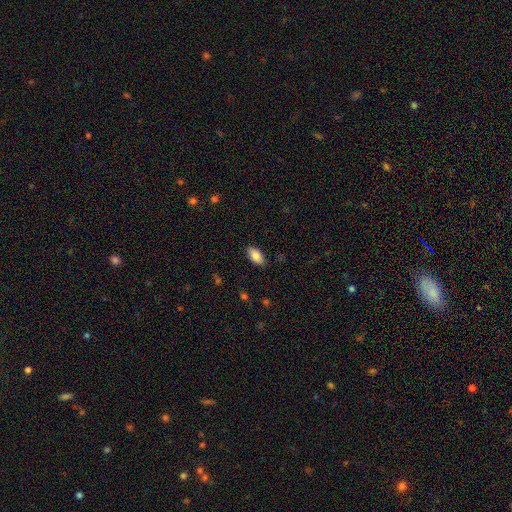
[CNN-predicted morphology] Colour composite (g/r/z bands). It shows a smooth galaxy with no disk features (85%) that is in between round and cigar-shaped (93%). Merging: none (87%).